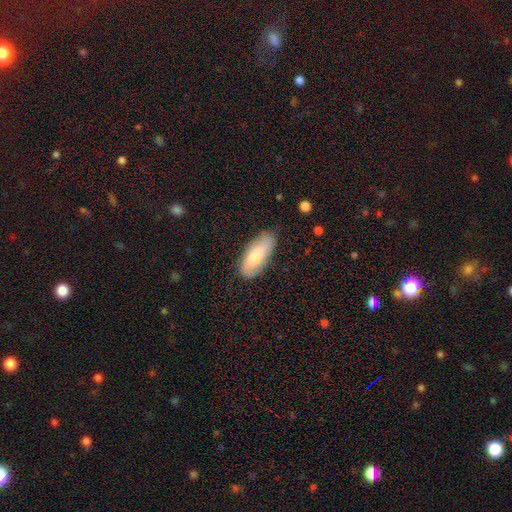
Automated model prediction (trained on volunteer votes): Overall: smooth (62%; featured or disk 32%). How rounded: in between (79%). Merging: none (77%).